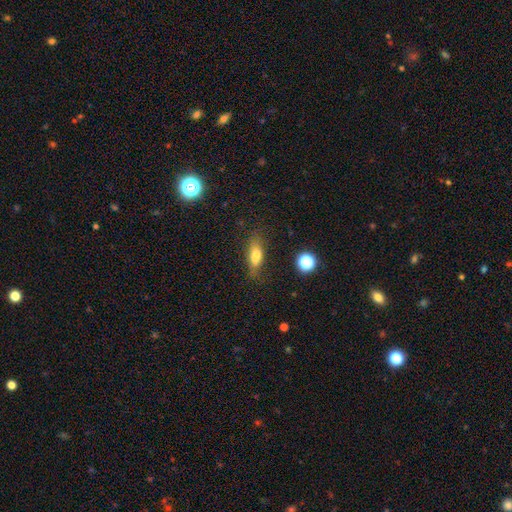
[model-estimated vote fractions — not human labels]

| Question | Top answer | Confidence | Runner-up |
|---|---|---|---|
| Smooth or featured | smooth | 69% | featured or disk (19%) |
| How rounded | in between | 58% | cigar-shaped (37%) |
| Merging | none | 69% | minor disturbance (20%) |